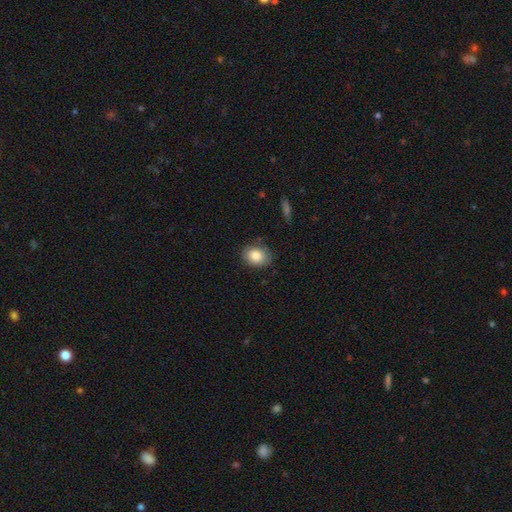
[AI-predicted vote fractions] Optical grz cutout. It shows a smooth galaxy with no disk features (82%) that is in between round and cigar-shaped (59%). Merging: none (80%).